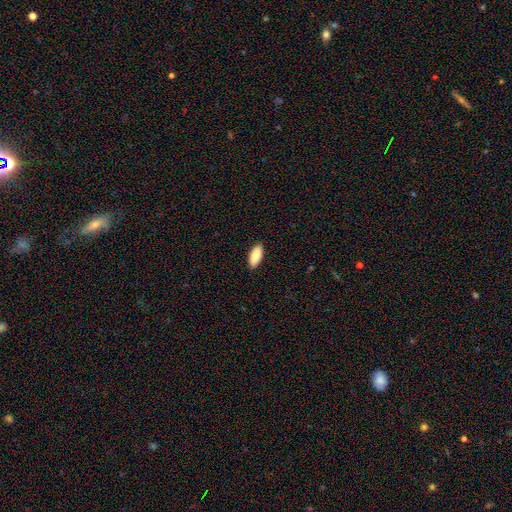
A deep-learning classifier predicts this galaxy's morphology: smooth_or_featured: smooth (p=0.87) [alt: featured or disk p=0.08]
how_rounded: in between (p=0.84) [alt: cigar-shaped p=0.15]
merging: none (p=0.90) [alt: minor disturbance p=0.07]